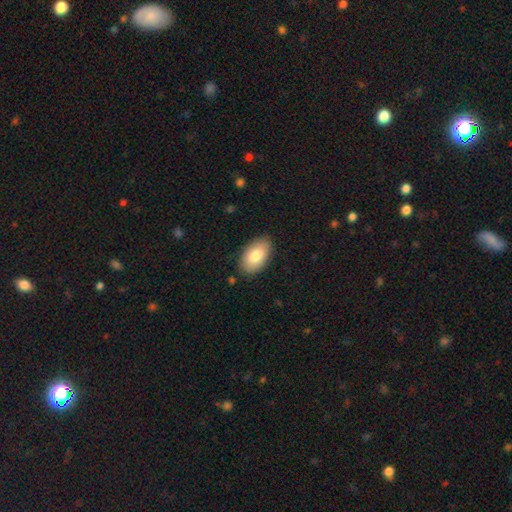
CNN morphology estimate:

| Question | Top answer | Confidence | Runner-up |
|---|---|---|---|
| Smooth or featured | smooth | 81% | featured or disk (13%) |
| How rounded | in between | 94% | round (4%) |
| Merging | none | 86% | minor disturbance (11%) |